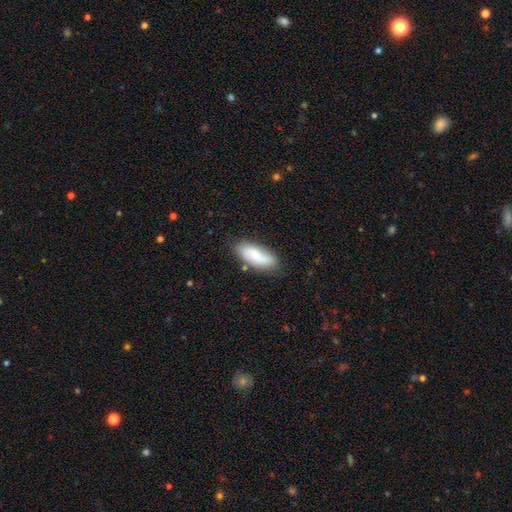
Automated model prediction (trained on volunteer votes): Smooth or featured: smooth — 66% (featured or disk — 27%)
How rounded: in between — 81% (cigar-shaped — 17%)
Merging: none — 77% (minor disturbance — 17%)